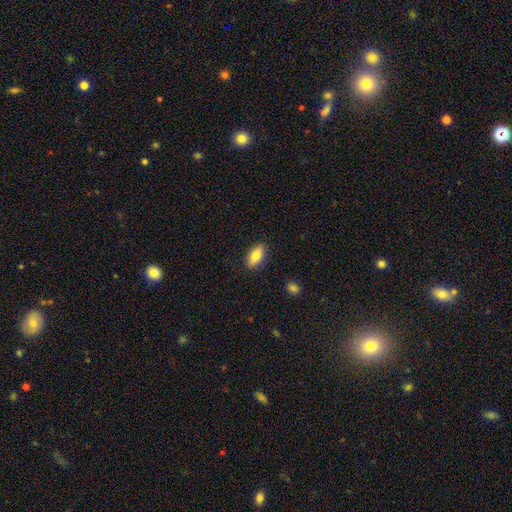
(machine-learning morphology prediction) Smooth or featured: smooth — 79% (featured or disk — 15%)
How rounded: in between — 80% (cigar-shaped — 17%)
Merging: none — 87% (minor disturbance — 10%)